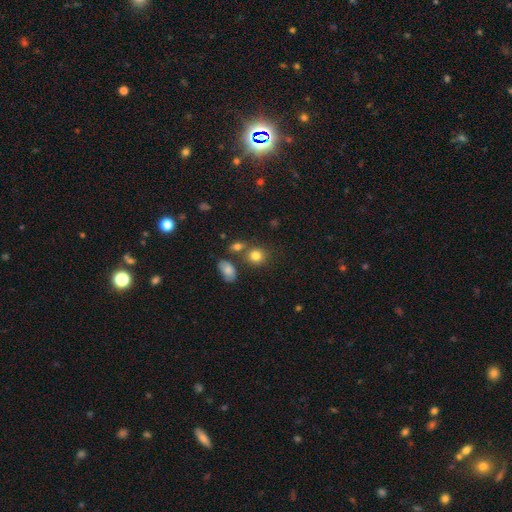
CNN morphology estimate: This is clearly a smooth galaxy (81%). How rounded: likely round (72%). Merging: likely none (65%).